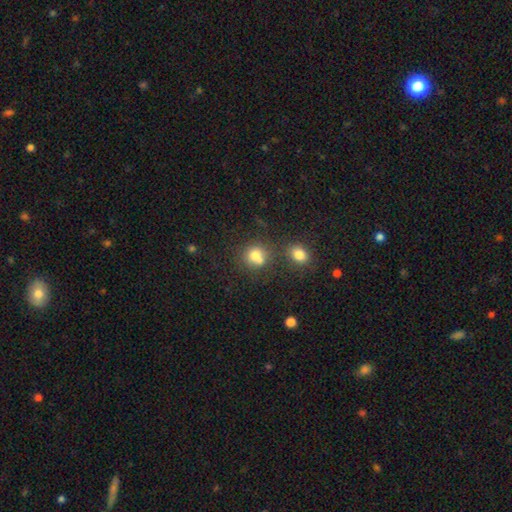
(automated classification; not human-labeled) Smooth or featured?
  - smooth: 75% *
  - star or artifact: 13%
  - featured or disk: 12%
How rounded?
  - round: 81% *
  - in between: 18%
  - cigar-shaped: 1%
Merging?
  - none: 50% *
  - merger: 35%
  - minor disturbance: 11%
  - major disturbance: 4%